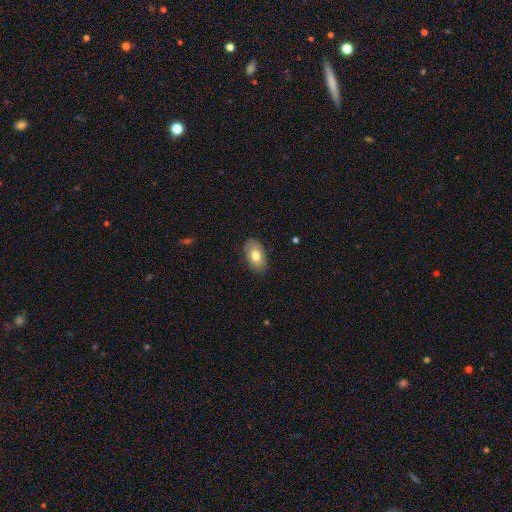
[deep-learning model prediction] smooth_or_featured: smooth (p=0.75) [alt: featured or disk p=0.19]
how_rounded: in between (p=0.93) [alt: round p=0.06]
merging: none (p=0.85) [alt: minor disturbance p=0.11]